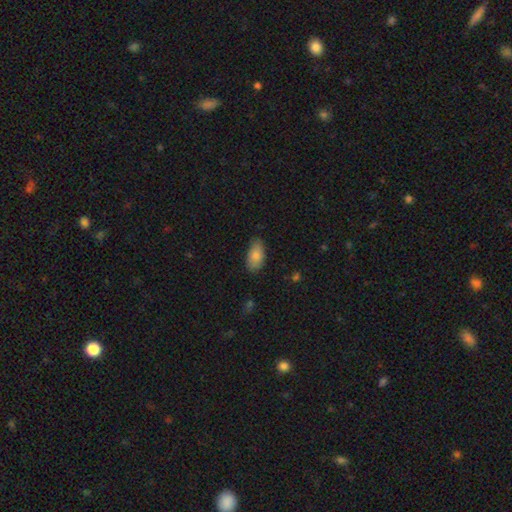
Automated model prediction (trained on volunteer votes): Q: Smooth or featured?
A: smooth (84%); runner-up: featured or disk (9%)
Q: How rounded?
A: in between (92%); runner-up: cigar-shaped (4%)
Q: Merging?
A: none (78%); runner-up: minor disturbance (18%)